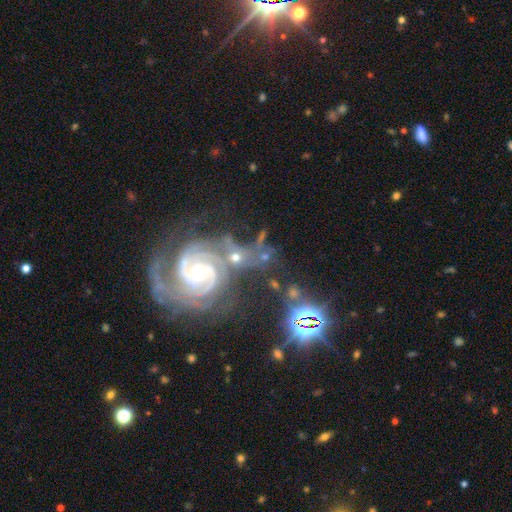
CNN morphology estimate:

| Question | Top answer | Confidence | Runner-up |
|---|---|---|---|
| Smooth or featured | featured or disk | 83% | star or artifact (11%) |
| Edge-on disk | no | 97% | yes (3%) |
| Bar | no | 48% | weak (34%) |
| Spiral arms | yes | 97% | no (3%) |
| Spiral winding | tight | 64% | medium (30%) |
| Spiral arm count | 2 | 47% | 3 (22%) |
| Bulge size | moderate | 55% | small (38%) |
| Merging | none | 39% | merger (26%) |